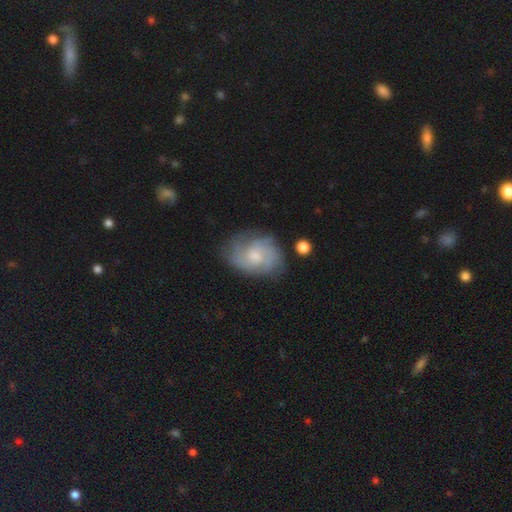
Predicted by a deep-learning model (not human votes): A featured or disk galaxy (69%) with no bar (67%), tight (43%) spiral arms (89%) and a moderate central bulge (45%).

Vote fractions:
- Smooth or featured? featured or disk: 69% / smooth: 24% / star or artifact: 7%
- Edge-on disk? no: 97% / yes: 3%
- Bar? no: 67% / weak: 30% / strong: 3%
- Spiral arms? yes: 89% / no: 11%
- Spiral winding? tight: 43% / medium: 42% / loose: 15%
- Spiral arm count? can't tell: 34% / 2: 24% / 3: 24% / 4: 9% / 1: 5% / more than 4: 4%
- Bulge size? moderate: 45% / small: 42% / none: 7% / large: 5% / dominant: 1%
- Merging? none: 68% / minor disturbance: 21% / major disturbance: 9% / merger: 2%